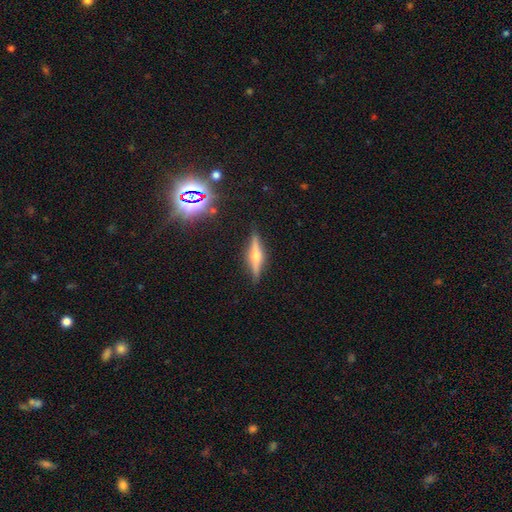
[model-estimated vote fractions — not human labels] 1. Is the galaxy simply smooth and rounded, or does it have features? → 69% featured or disk, 19% smooth, 12% star or artifact.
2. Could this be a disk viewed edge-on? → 97% yes, 3% no.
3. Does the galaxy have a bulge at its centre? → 88% rounded, 8% boxy, 4% none.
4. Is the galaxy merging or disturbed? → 88% none, 8% minor disturbance, 2% major disturbance, 1% merger.